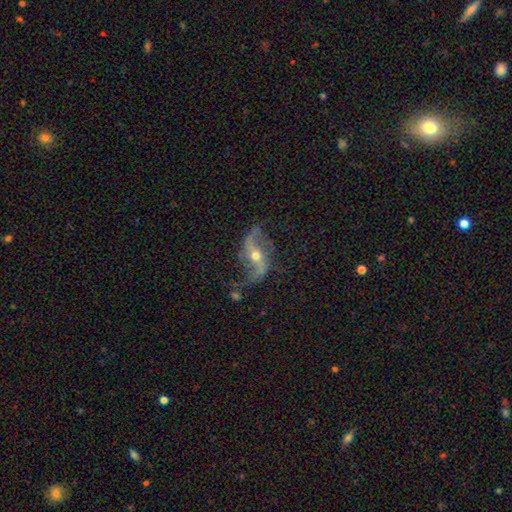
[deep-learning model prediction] The model was most divided on "bar": strong: 36%, no: 32%, weak: 32%. More confident: edge-on disk — no (95%); spiral arms — yes (95%); spiral arm count — 2 (93%); smooth or featured — featured or disk (88%); spiral winding — loose (82%); merging — none (69%); bulge size — moderate (61%).